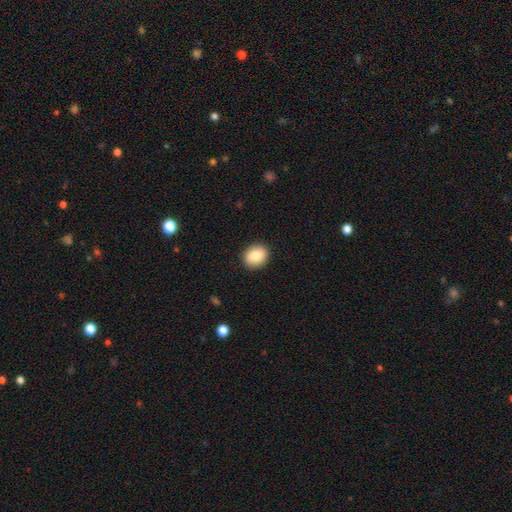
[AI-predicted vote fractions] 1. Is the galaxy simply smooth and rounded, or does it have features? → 84% smooth, 9% featured or disk, 8% star or artifact.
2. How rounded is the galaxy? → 62% round, 37% in between, 1% cigar-shaped.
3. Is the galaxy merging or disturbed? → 91% none, 7% minor disturbance, 2% major disturbance, 1% merger.